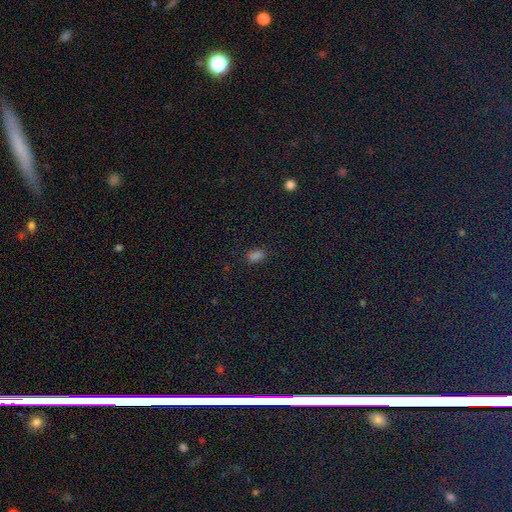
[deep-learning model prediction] A smooth galaxy with no disk features (74%) that is in between round and cigar-shaped (85%). Merging: none (78%).